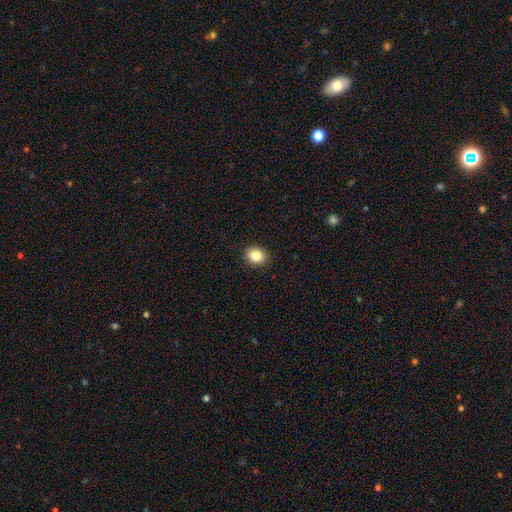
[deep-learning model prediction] The model was most divided on "how rounded": round: 57%, in between: 42%, cigar-shaped: 1%. More confident: merging — none (91%); smooth or featured — smooth (86%).